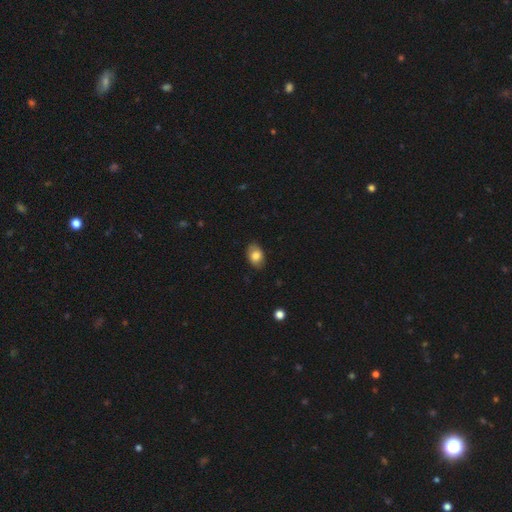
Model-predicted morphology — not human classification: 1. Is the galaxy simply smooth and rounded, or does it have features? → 80% smooth, 12% featured or disk, 8% star or artifact.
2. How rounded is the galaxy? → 82% in between, 17% round, 1% cigar-shaped.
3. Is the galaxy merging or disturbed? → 83% none, 13% minor disturbance, 3% major disturbance, 1% merger.